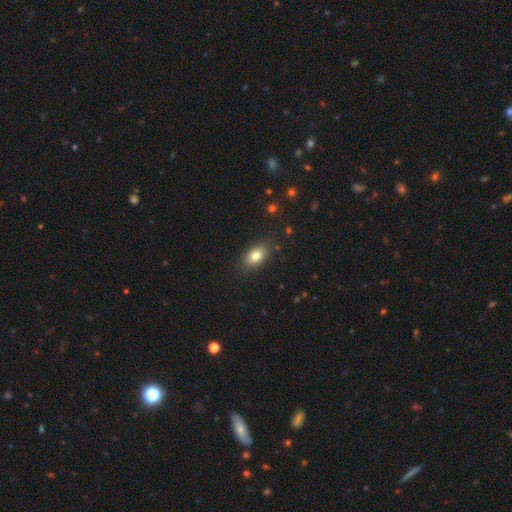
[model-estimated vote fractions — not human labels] smooth_or_featured: smooth (p=0.81) [alt: featured or disk p=0.10]
how_rounded: in between (p=0.86) [alt: round p=0.12]
merging: none (p=0.85) [alt: minor disturbance p=0.11]